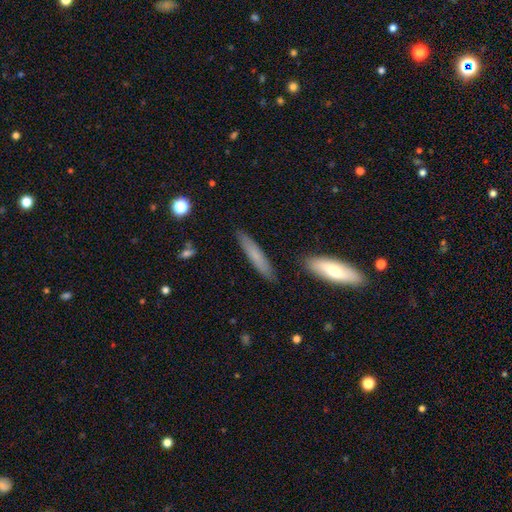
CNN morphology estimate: Smooth or featured? smooth (71%)
How rounded? cigar-shaped (89%)
Merging? none (87%)